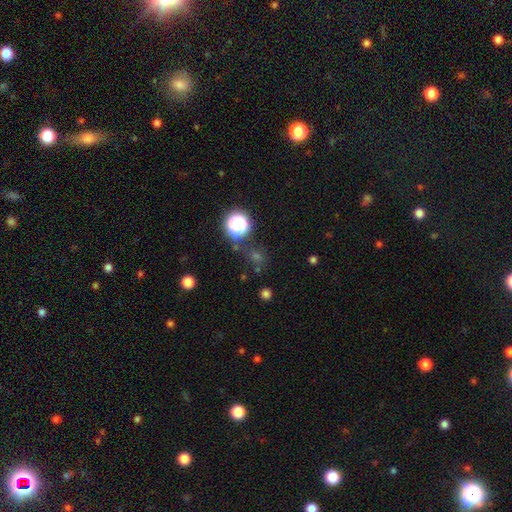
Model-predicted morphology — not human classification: Overall: star or artifact (54%; smooth 38%).